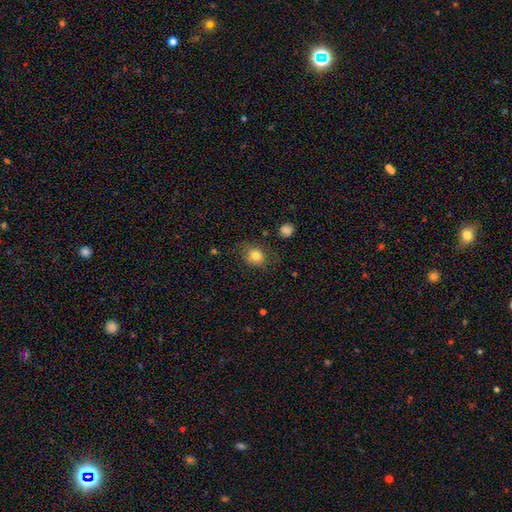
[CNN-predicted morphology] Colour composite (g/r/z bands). It shows a smooth galaxy with no disk features (79%) that is round (59%). Merging: none (74%).